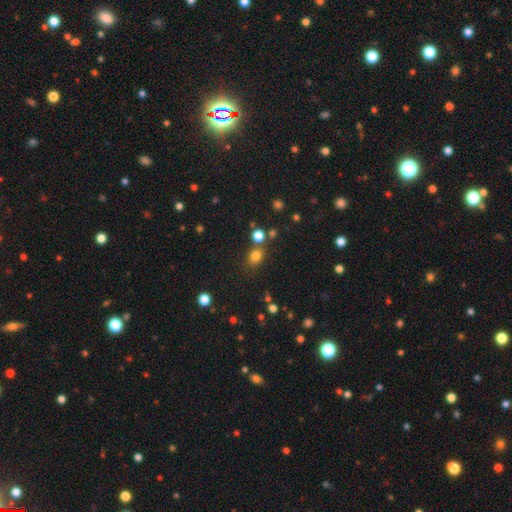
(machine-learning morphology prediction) Q: Smooth or featured?
A: smooth (78%); runner-up: star or artifact (16%)
Q: How rounded?
A: round (58%); runner-up: in between (41%)
Q: Merging?
A: none (72%); runner-up: merger (12%)